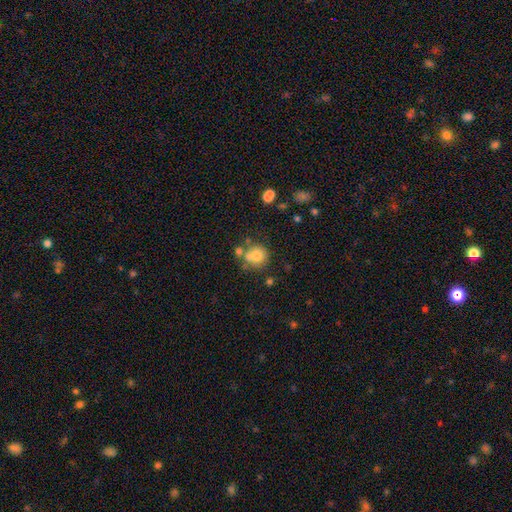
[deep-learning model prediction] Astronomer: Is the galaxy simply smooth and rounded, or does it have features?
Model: smooth — 77%.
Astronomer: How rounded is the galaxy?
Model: round — 85%.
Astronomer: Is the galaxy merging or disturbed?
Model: none — 59%.